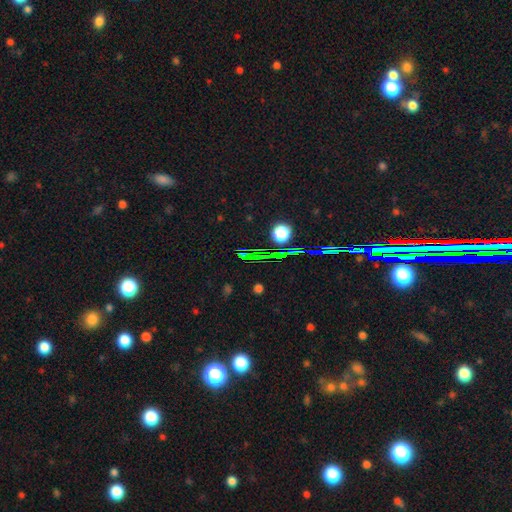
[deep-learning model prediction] Overall: star or artifact (65%).